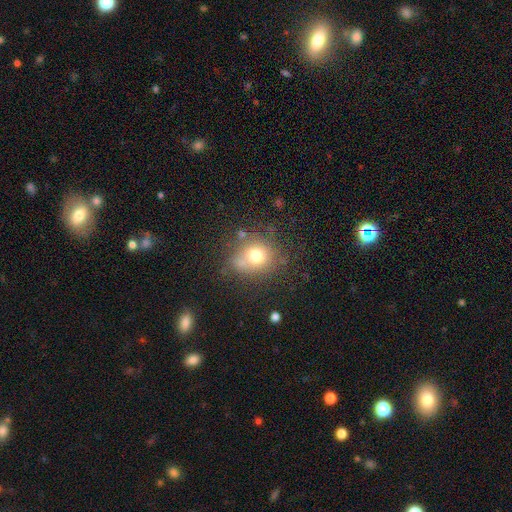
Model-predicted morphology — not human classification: smooth-or-featured: smooth: 72% | featured or disk: 15% | star or artifact: 13%
  how-rounded: round: 77% | in between: 22% | cigar-shaped: 1%
  merging: none: 61% | minor disturbance: 18% | merger: 13% | major disturbance: 8%